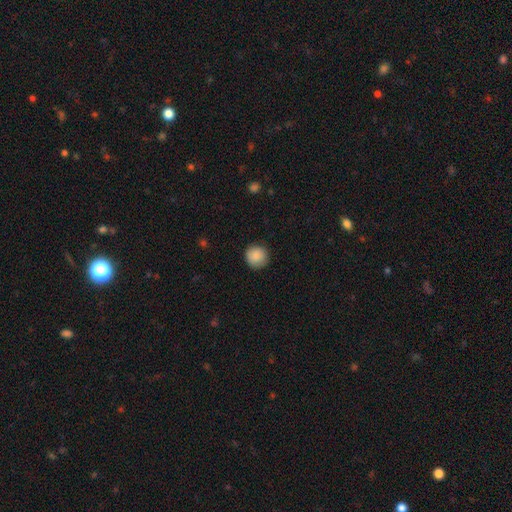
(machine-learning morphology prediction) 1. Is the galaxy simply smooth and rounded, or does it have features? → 88% smooth, 8% star or artifact, 4% featured or disk.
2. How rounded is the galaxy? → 93% round, 6% in between, 1% cigar-shaped.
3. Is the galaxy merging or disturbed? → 89% none, 8% minor disturbance, 2% major disturbance, 1% merger.